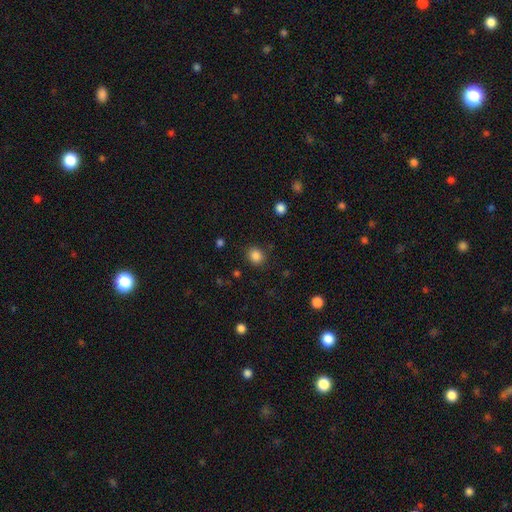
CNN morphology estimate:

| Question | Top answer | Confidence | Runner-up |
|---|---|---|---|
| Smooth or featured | smooth | 85% | star or artifact (11%) |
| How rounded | round | 75% | in between (24%) |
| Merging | none | 84% | minor disturbance (10%) |